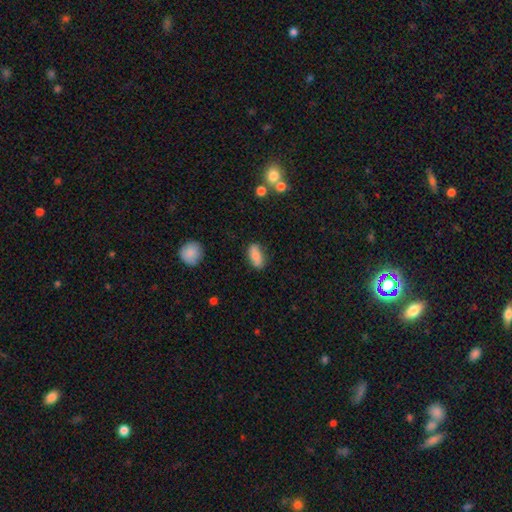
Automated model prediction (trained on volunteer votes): smooth-or-featured: smooth: 82% | featured or disk: 10% | star or artifact: 7%
  how-rounded: in between: 84% | cigar-shaped: 12% | round: 4%
  merging: none: 80% | minor disturbance: 15% | major disturbance: 3% | merger: 2%